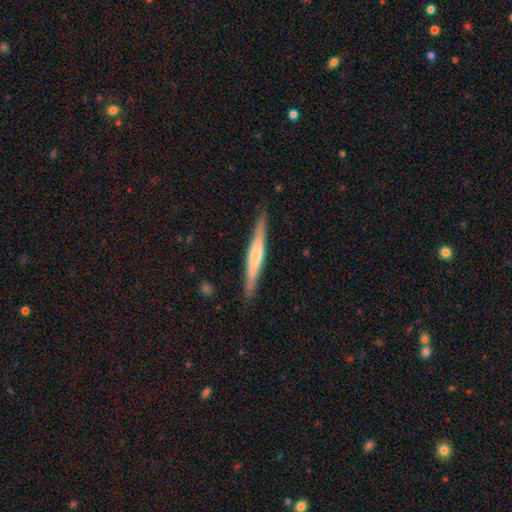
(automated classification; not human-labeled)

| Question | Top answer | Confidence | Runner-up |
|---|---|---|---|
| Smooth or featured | featured or disk | 55% | smooth (40%) |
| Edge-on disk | yes | 97% | no (3%) |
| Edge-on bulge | rounded | 39% | none (38%) |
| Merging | none | 89% | minor disturbance (8%) |